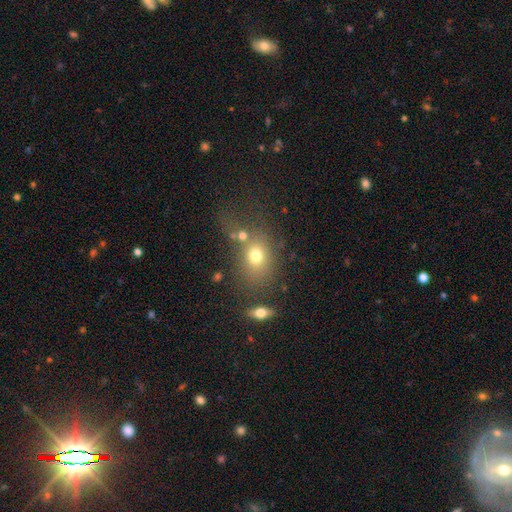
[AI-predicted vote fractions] Smooth or featured: smooth — 70% (featured or disk — 16%)
How rounded: in between — 55% (round — 43%)
Merging: none — 52% (merger — 22%)